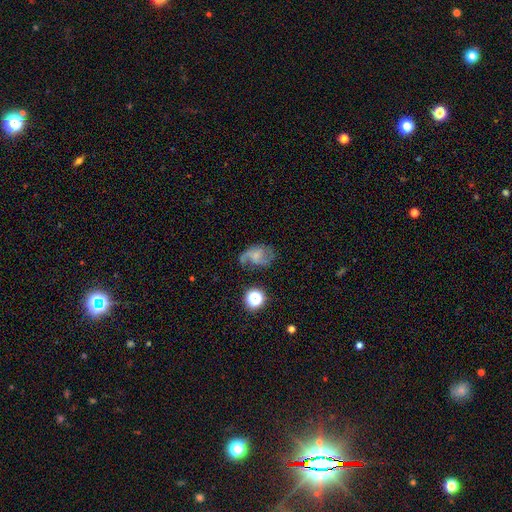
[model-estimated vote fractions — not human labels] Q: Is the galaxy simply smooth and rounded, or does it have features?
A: featured or disk — 63%.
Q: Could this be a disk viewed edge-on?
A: no — 97%.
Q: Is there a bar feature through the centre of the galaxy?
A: no — 60%.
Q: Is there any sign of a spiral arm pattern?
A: yes — 89%.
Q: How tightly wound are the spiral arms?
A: loose — 53%.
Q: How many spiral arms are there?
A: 2 — 66%.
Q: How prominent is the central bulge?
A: none — 40%, tied with small.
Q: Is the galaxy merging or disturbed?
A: none — 45%.